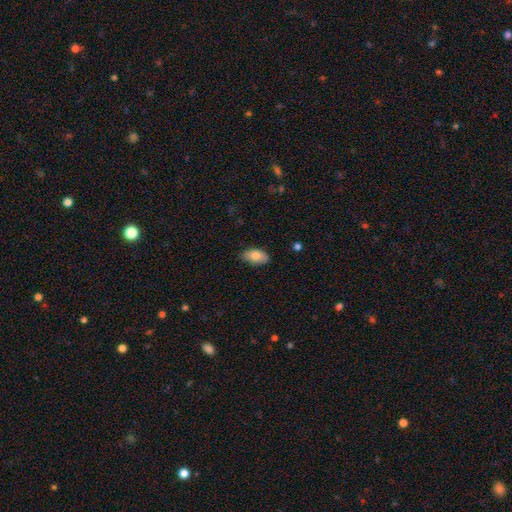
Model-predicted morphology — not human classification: smooth_or_featured: smooth (p=0.80) [alt: featured or disk p=0.13]
how_rounded: in between (p=0.93) [alt: round p=0.04]
merging: none (p=0.79) [alt: minor disturbance p=0.18]